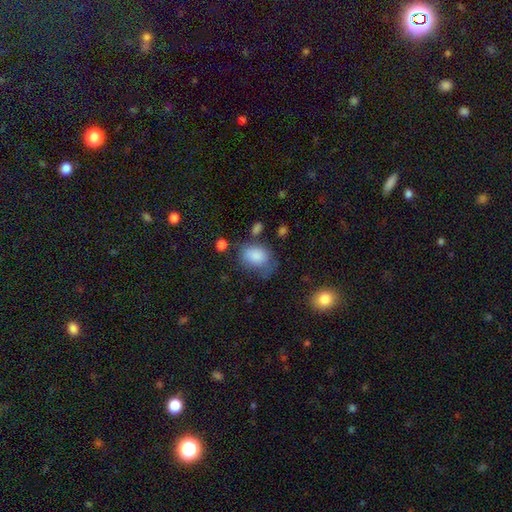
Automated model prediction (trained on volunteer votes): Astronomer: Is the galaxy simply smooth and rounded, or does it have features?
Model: smooth — 82%.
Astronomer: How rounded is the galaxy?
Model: in between — 72%.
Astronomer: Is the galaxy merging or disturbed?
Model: none — 42% (runner-up: minor disturbance, 32%).